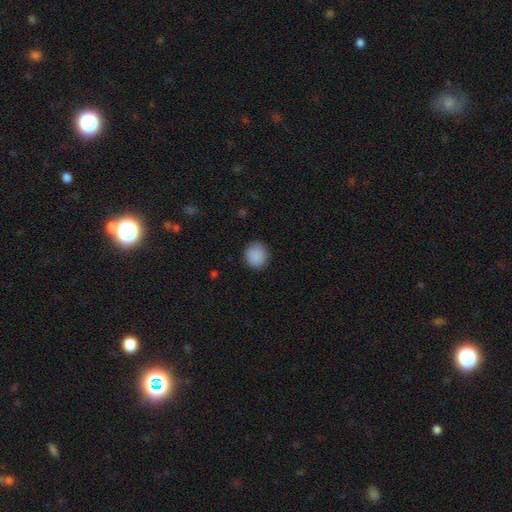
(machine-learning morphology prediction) smooth_or_featured: smooth (p=0.89) [alt: star or artifact p=0.08]
how_rounded: round (p=0.88) [alt: in between p=0.11]
merging: none (p=0.88) [alt: minor disturbance p=0.09]